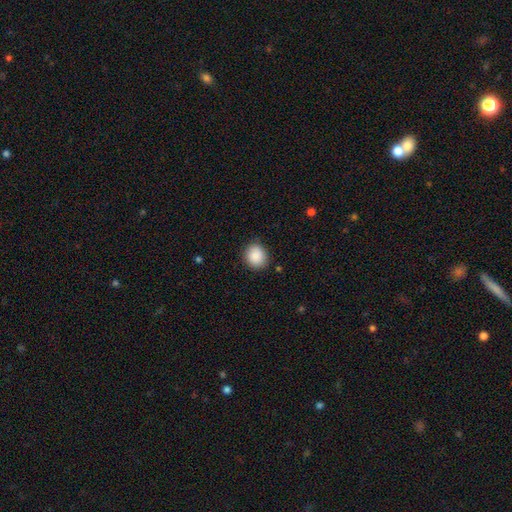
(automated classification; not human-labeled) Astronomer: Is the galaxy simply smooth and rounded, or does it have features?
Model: smooth — 89%.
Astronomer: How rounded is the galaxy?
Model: round — 72%.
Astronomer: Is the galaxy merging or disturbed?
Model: none — 85%.